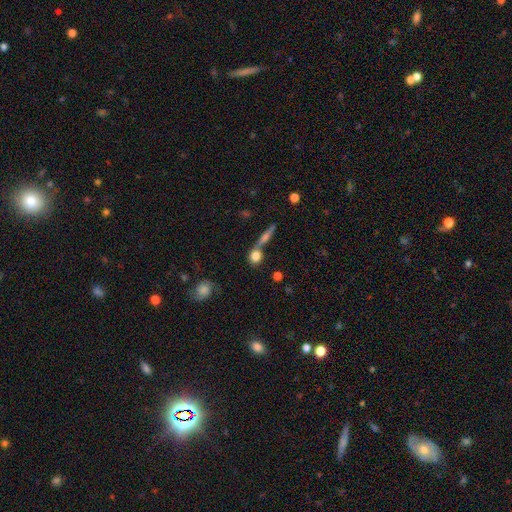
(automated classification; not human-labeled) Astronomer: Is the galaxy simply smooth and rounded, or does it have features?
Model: smooth — 76%.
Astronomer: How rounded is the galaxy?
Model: round — 77%.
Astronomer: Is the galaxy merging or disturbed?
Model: none — 53% (runner-up: merger, 32%).